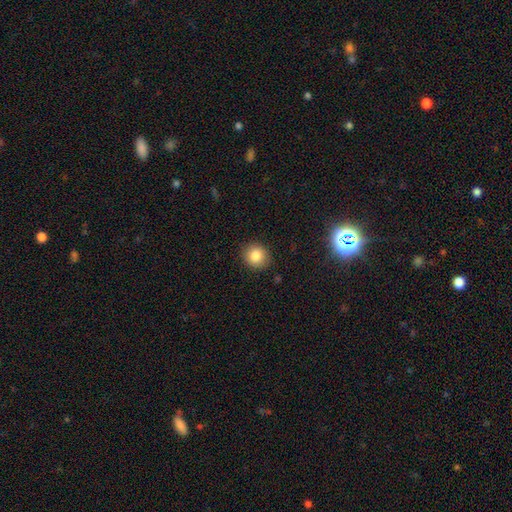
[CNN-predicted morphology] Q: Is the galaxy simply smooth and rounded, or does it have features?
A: smooth — 83%.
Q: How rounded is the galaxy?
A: round — 86%.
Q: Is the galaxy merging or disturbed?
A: none — 90%.